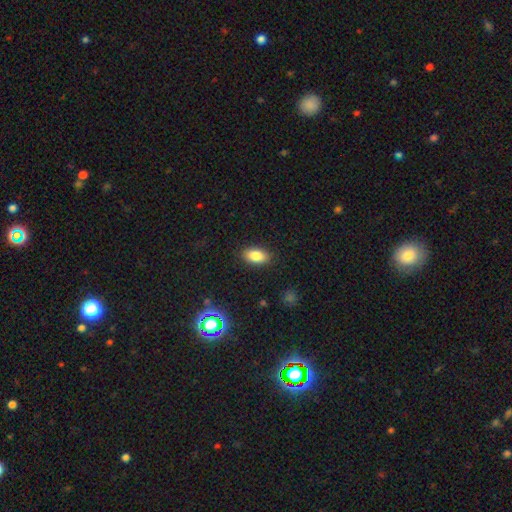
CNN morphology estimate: Smooth or featured: smooth — 83% (star or artifact — 9%)
How rounded: in between — 91% (round — 6%)
Merging: none — 88% (minor disturbance — 9%)